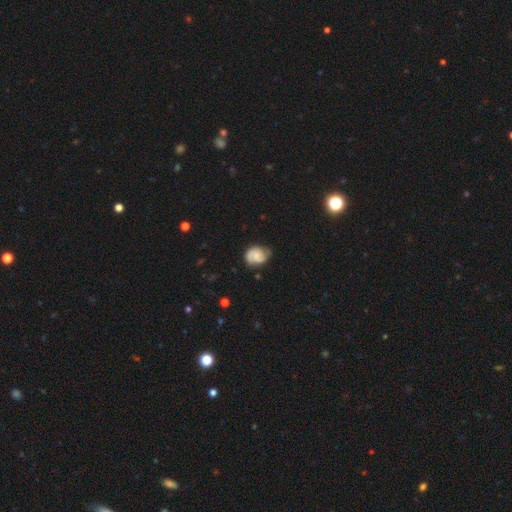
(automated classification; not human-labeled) Smooth or featured?
  - smooth: 48% *
  - featured or disk: 44%
  - star or artifact: 8%
Merging?
  - none: 63% *
  - minor disturbance: 28%
  - major disturbance: 7%
  - merger: 2%